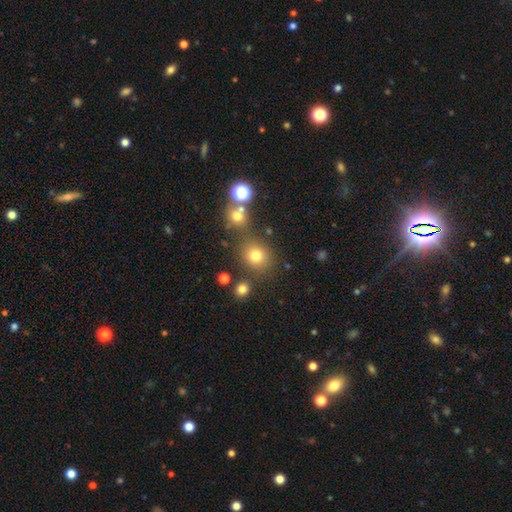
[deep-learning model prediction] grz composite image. It shows a smooth galaxy with no disk features (76%) that is round (82%). Merging: none (75%).